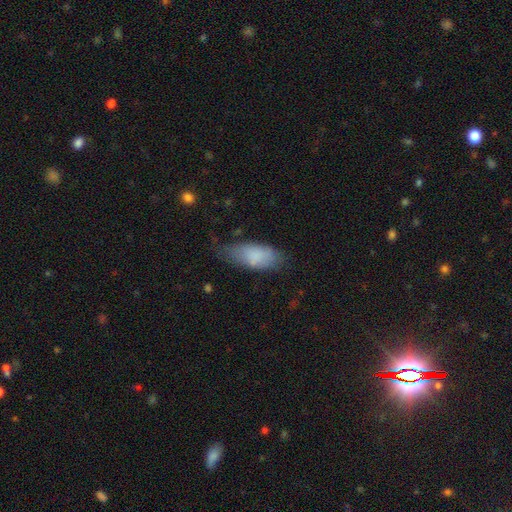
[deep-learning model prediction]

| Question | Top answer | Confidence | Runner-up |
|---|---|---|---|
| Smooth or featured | smooth | 82% | featured or disk (11%) |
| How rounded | in between | 86% | cigar-shaped (12%) |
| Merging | none | 51% | minor disturbance (34%) |